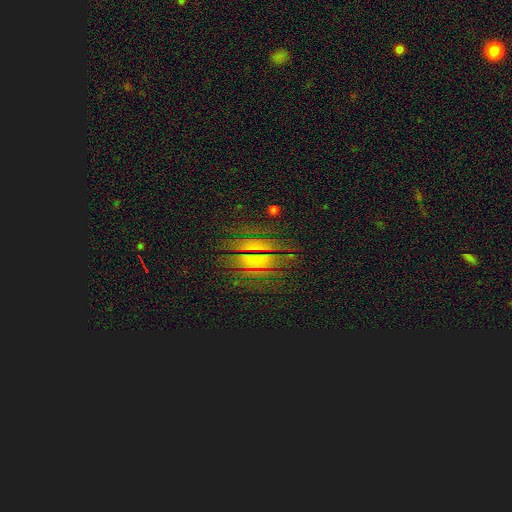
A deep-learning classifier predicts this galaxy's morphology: Smooth or featured? Predicted: star or artifact (p=0.40).